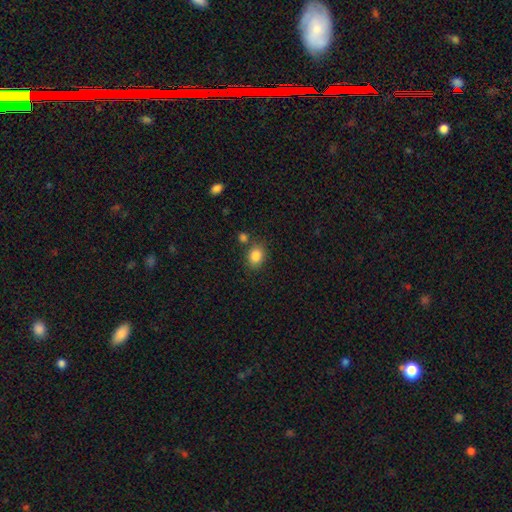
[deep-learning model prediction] This appears to be a smooth galaxy with no disk features (85%) that is round (50%). Merging: none (74%).